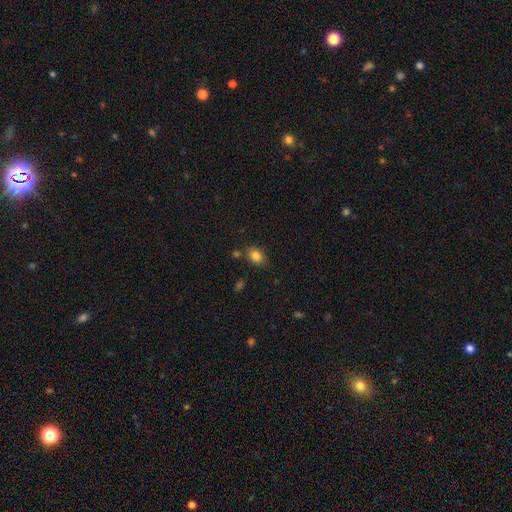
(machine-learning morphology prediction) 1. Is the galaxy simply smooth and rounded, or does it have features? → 84% smooth, 10% star or artifact, 6% featured or disk.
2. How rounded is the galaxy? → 62% in between, 37% round, 1% cigar-shaped.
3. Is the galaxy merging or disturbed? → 76% none, 14% minor disturbance, 7% merger, 4% major disturbance.